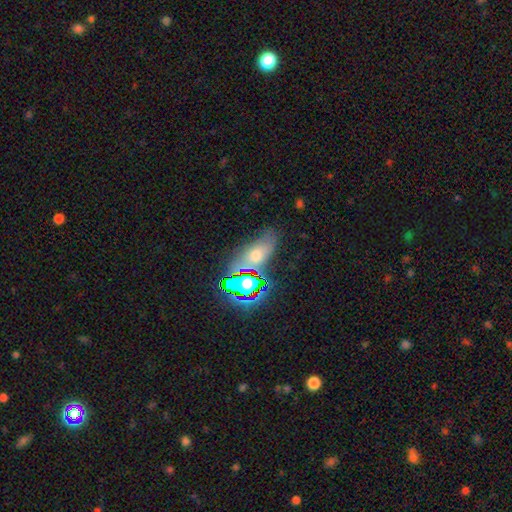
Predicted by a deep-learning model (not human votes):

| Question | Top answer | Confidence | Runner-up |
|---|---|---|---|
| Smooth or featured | smooth | 47% | star or artifact (32%) |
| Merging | none | 62% | minor disturbance (20%) |